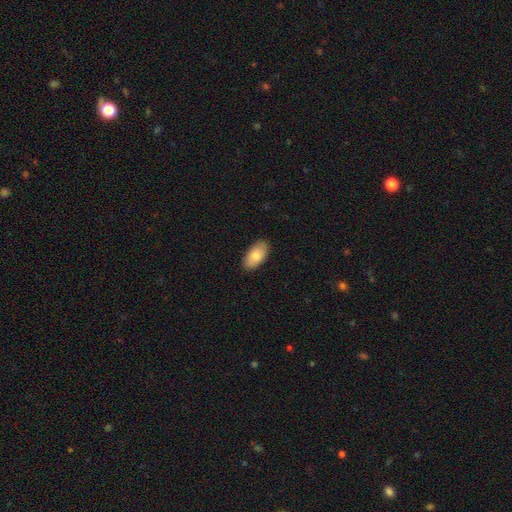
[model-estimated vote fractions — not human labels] A smooth galaxy with no disk features (82%) that is in between round and cigar-shaped (94%).

Vote fractions:
- Smooth or featured? smooth: 82% / featured or disk: 12% / star or artifact: 6%
- How rounded? in between: 94% / round: 3% / cigar-shaped: 2%
- Merging? none: 88% / minor disturbance: 9% / major disturbance: 2% / merger: 1%